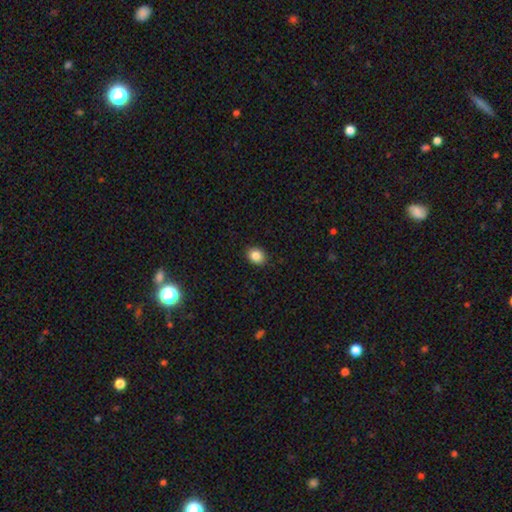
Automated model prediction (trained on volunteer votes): Smooth or featured: smooth — 85% (star or artifact — 10%)
How rounded: in between — 52% (round — 47%)
Merging: none — 90% (minor disturbance — 7%)